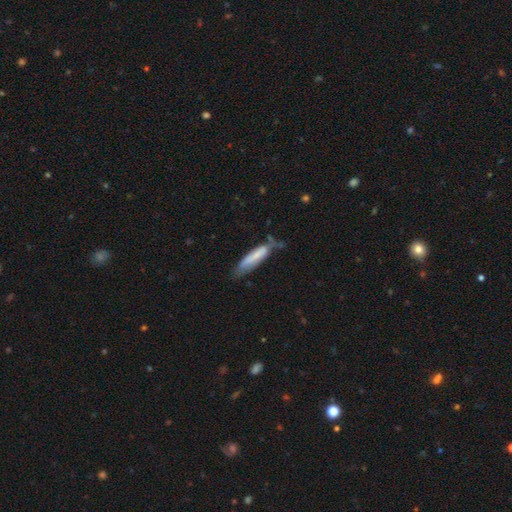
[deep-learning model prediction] smooth 67%, featured or disk 27%, star or artifact 6%. Down the decision tree: how rounded — cigar-shaped (75%); merging — none (44%).